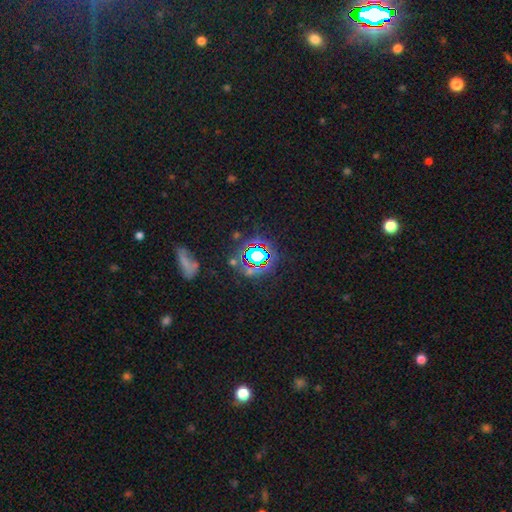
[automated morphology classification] Smooth or featured? Predicted: star or artifact (p=0.69).